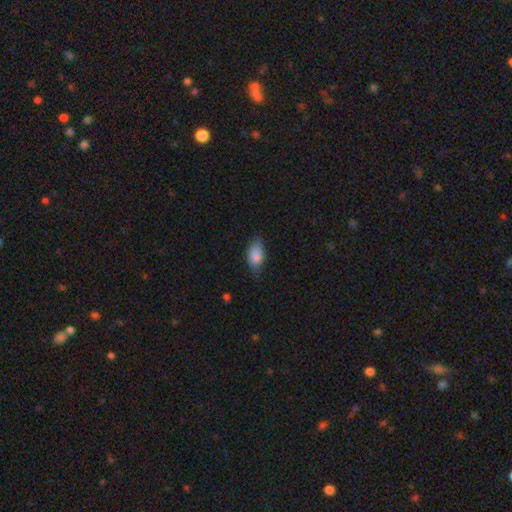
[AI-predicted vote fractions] A smooth galaxy with no disk features (84%) that is in between round and cigar-shaped (89%). Merging: none (67%).